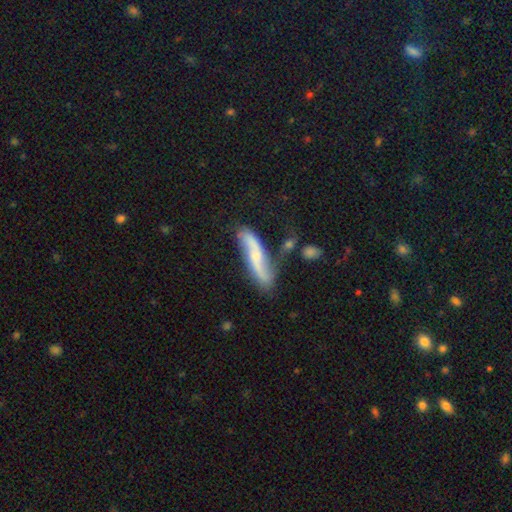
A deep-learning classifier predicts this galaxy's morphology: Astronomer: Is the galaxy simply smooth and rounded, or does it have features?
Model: featured or disk — 66%.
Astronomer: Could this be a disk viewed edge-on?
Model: no — 74%.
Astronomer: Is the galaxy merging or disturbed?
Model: none — 60%.